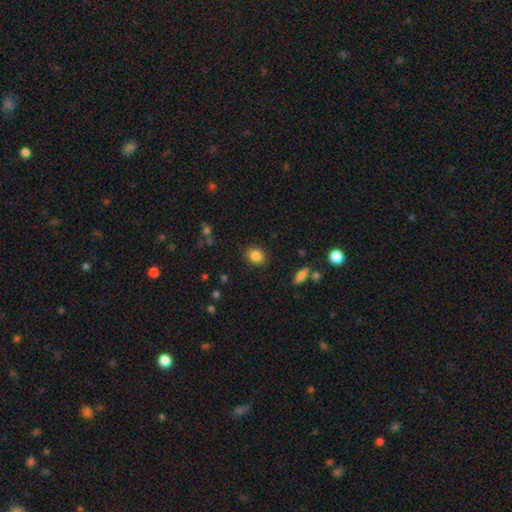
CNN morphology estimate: This is clearly a smooth galaxy (84%). How rounded: likely round (62%). Merging: clearly none (88%).